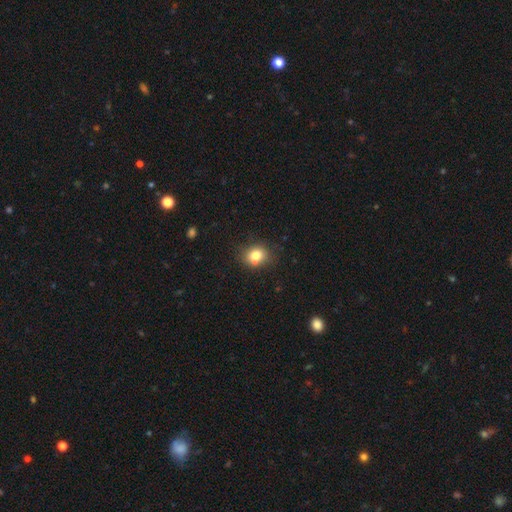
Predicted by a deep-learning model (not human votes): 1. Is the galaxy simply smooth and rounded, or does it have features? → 79% smooth, 12% star or artifact, 10% featured or disk.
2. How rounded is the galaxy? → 68% round, 31% in between, 1% cigar-shaped.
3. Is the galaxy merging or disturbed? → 72% none, 16% minor disturbance, 7% merger, 4% major disturbance.